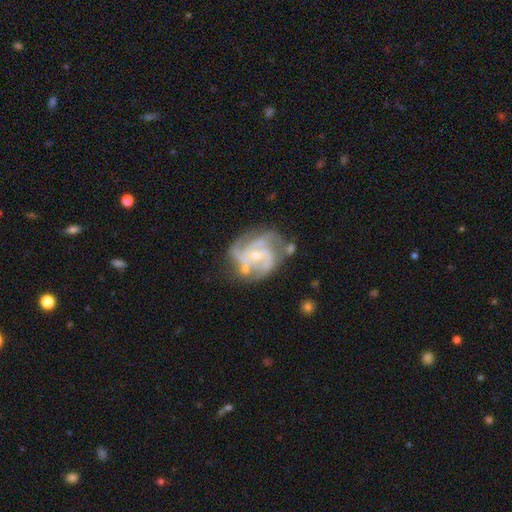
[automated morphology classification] Smooth or featured? featured or disk (88%)
Edge-on disk? no (98%)
Bar? no (66%)
Spiral arms? yes (96%)
Spiral winding? tight (46%)
Spiral arm count? 3 (50%)
Bulge size? small (59%)
Merging? none (57%)